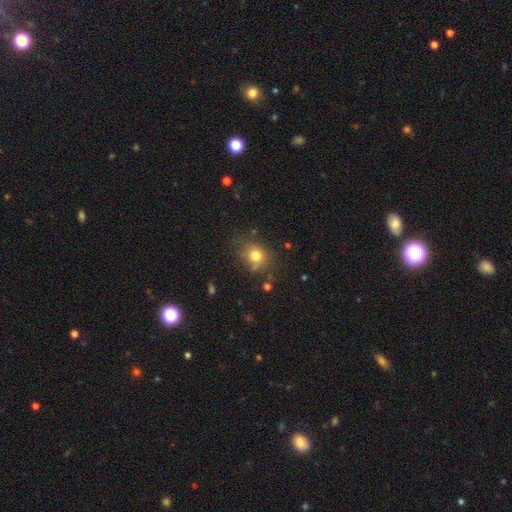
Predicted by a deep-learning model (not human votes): This appears to be a smooth galaxy with no disk features (78%) that is round (66%). Merging: none (69%).